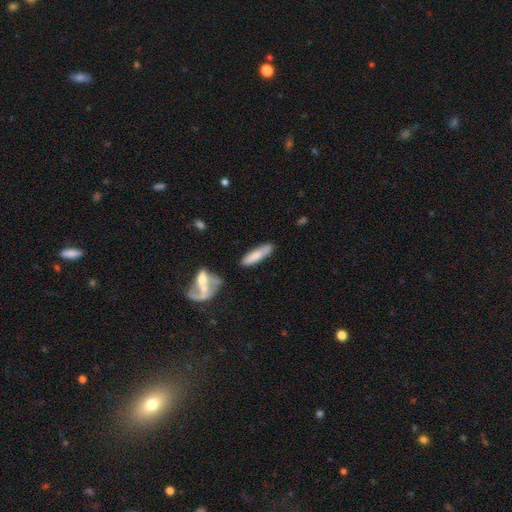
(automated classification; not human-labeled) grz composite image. It shows a smooth galaxy with no disk features (72%) that is cigar-shaped (74%). Merging: none (71%).